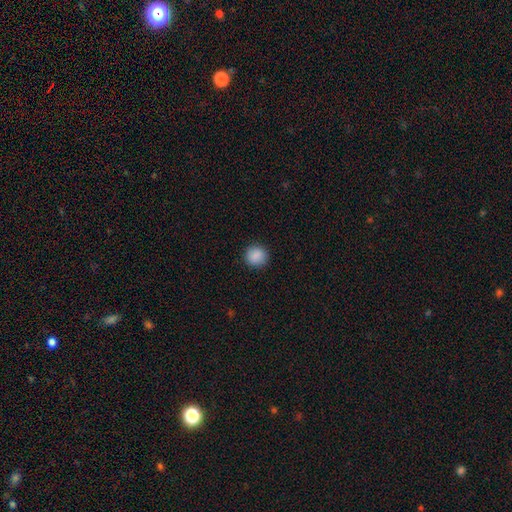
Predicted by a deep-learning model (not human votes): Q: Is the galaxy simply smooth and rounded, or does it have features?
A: smooth — 89%.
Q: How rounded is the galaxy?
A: round — 91%.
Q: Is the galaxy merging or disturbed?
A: none — 91%.